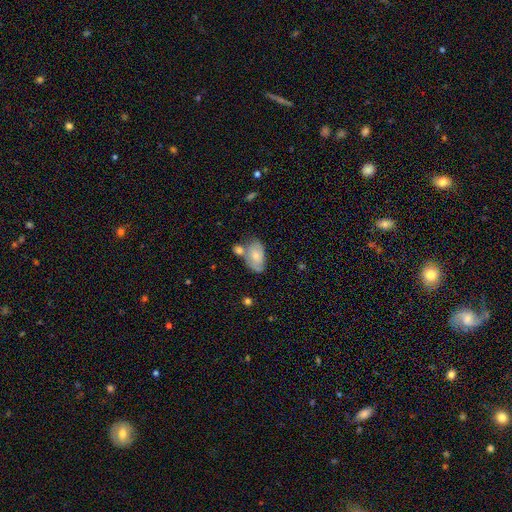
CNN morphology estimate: A smooth galaxy with no disk features (62%) that is in between round and cigar-shaped (91%). Merging: none (43%).